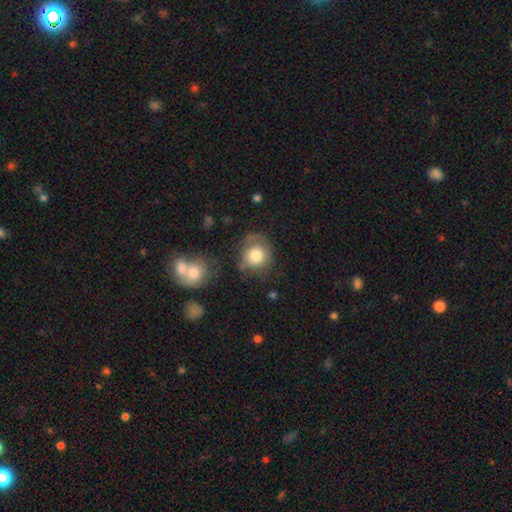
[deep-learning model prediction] This is likely a smooth galaxy (78%). How rounded: clearly round (82%). Merging: possibly none (57%).